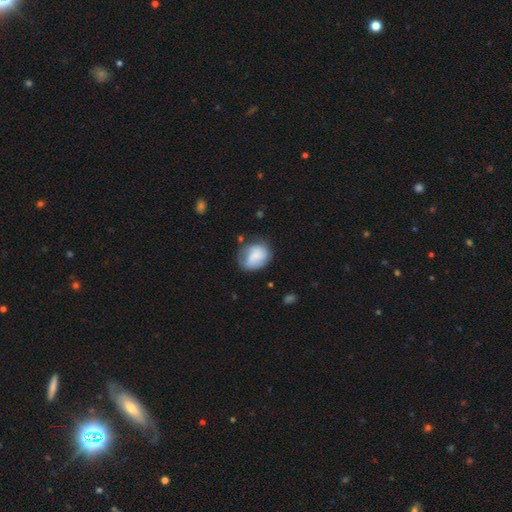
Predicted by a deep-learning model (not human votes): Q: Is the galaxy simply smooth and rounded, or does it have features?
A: smooth — 65%.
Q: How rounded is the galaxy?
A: round — 51%.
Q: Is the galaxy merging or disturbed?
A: none — 51%.